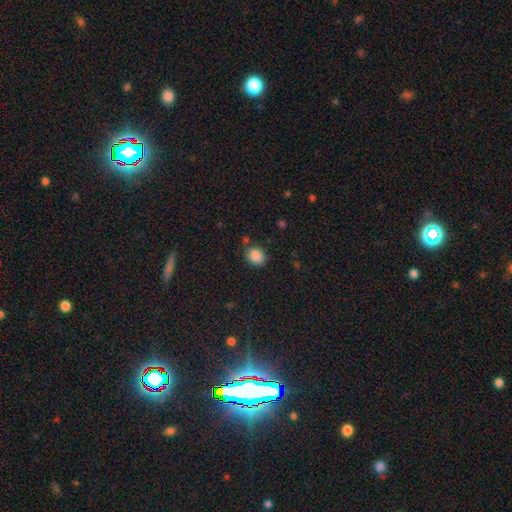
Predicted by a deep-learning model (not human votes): Overall: smooth (87%). How rounded: round (55%; in between 44%). Merging: none (75%).